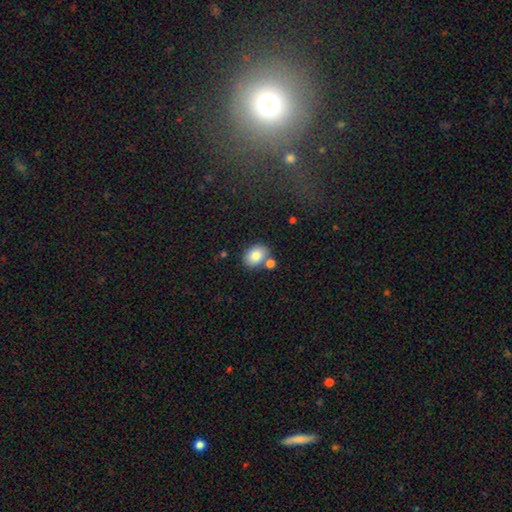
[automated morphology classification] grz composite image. It shows a smooth galaxy with no disk features (82%) that is in between round and cigar-shaped (65%). Merging: none (69%).